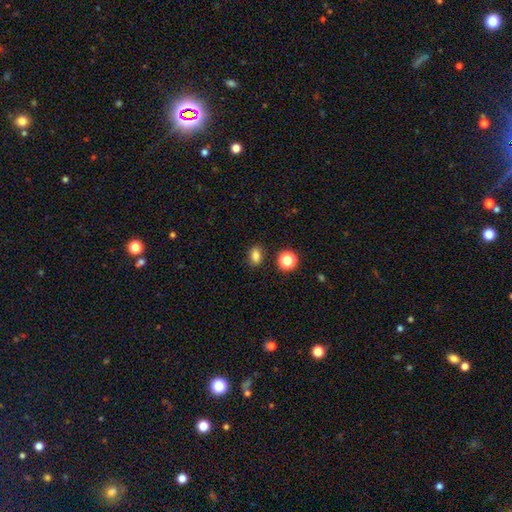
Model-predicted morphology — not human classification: Smooth or featured?
  - smooth: 81% *
  - star or artifact: 13%
  - featured or disk: 6%
How rounded?
  - in between: 70% *
  - round: 28%
  - cigar-shaped: 2%
Merging?
  - none: 83% *
  - minor disturbance: 11%
  - merger: 3%
  - major disturbance: 3%